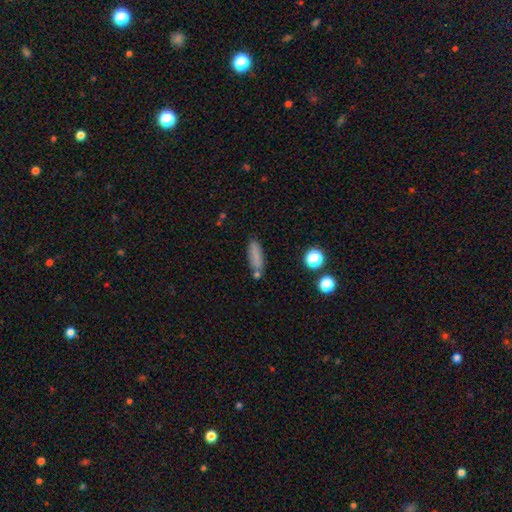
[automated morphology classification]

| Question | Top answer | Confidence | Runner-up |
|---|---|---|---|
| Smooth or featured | smooth | 78% | star or artifact (11%) |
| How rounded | cigar-shaped | 51% | in between (46%) |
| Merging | none | 72% | minor disturbance (15%) |